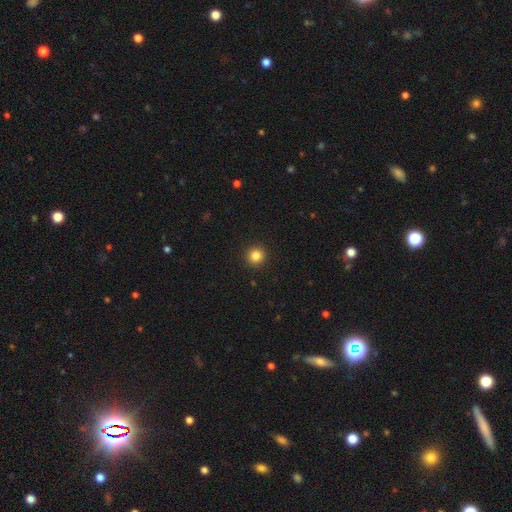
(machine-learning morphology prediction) Q: Smooth or featured?
A: smooth (84%); runner-up: star or artifact (11%)
Q: How rounded?
A: round (94%); runner-up: in between (5%)
Q: Merging?
A: none (93%); runner-up: minor disturbance (4%)